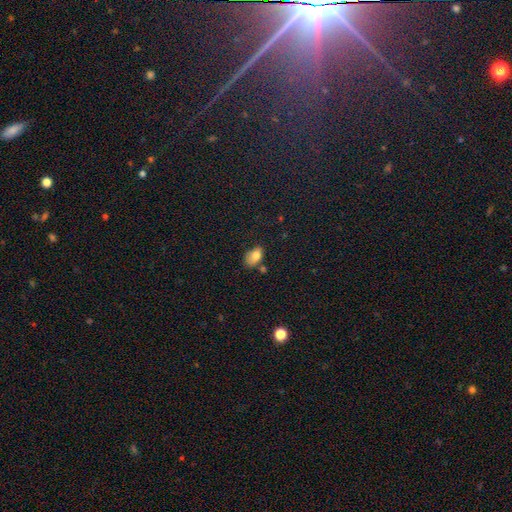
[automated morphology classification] Smooth or featured? smooth (77%)
How rounded? in between (88%)
Merging? none (47%)